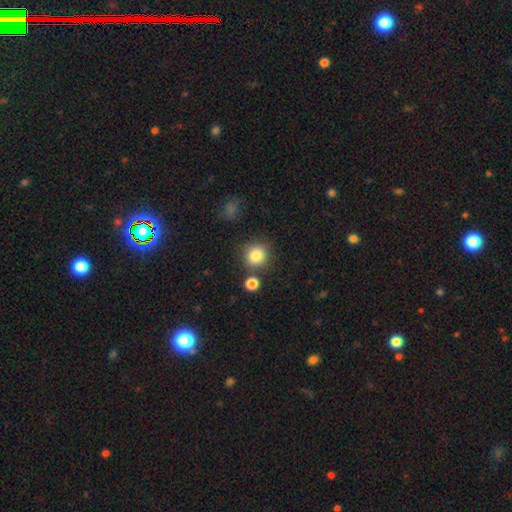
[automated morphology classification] Q: Smooth or featured?
A: smooth (84%); runner-up: star or artifact (11%)
Q: How rounded?
A: round (86%); runner-up: in between (13%)
Q: Merging?
A: none (78%); runner-up: minor disturbance (10%)